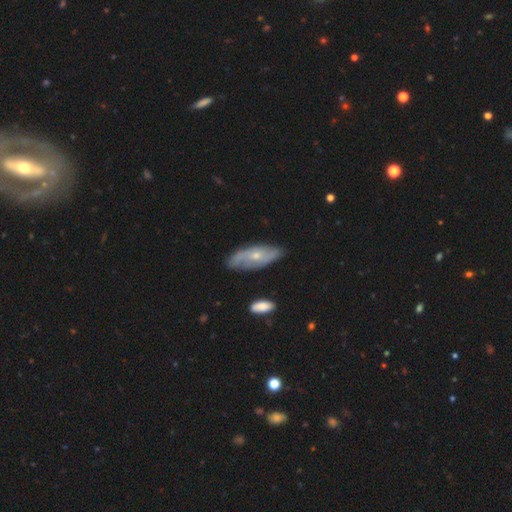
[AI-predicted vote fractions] smooth-or-featured: featured or disk: 60% | smooth: 34% | star or artifact: 7%
  disk-edge-on: no: 82% | yes: 18%
  merging: none: 71% | minor disturbance: 22% | major disturbance: 5% | merger: 2%